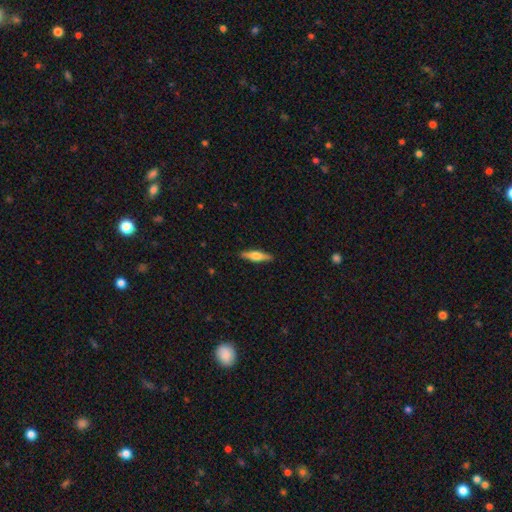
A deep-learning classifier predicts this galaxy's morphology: A smooth galaxy with no disk features (52%) that is cigar-shaped (72%).

Vote fractions:
- Smooth or featured? smooth: 52% / featured or disk: 42% / star or artifact: 6%
- How rounded? cigar-shaped: 72% / in between: 26% / round: 2%
- Merging? none: 89% / minor disturbance: 8% / major disturbance: 2% / merger: 1%